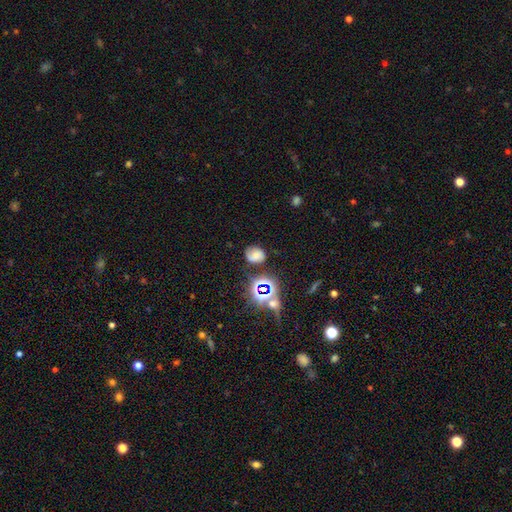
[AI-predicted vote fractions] Morphology: type=smooth (54%); roundness=round (54%); merging=none (63%).